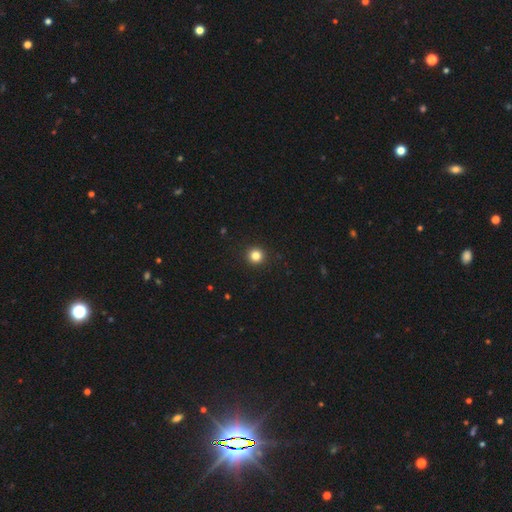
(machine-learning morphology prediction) A smooth galaxy with no disk features (83%) that is round (95%).

Vote fractions:
- Smooth or featured? smooth: 83% / star or artifact: 13% / featured or disk: 4%
- How rounded? round: 95% / in between: 4% / cigar-shaped: 1%
- Merging? none: 93% / minor disturbance: 4% / major disturbance: 2% / merger: 1%